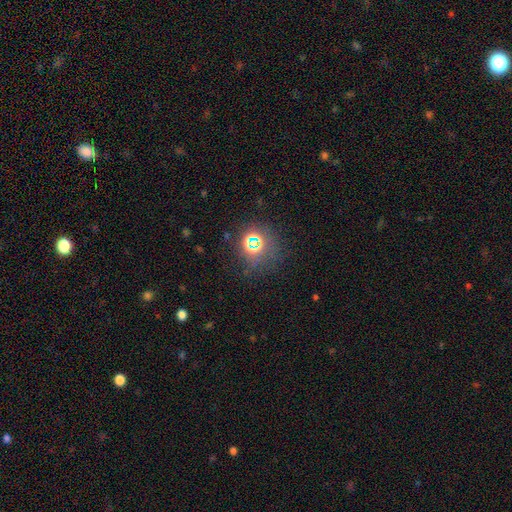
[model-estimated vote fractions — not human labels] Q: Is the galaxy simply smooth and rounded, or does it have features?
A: star or artifact — 49%.